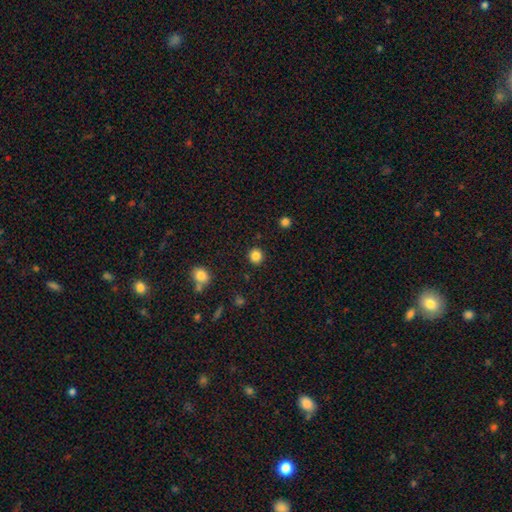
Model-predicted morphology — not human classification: Q: Smooth or featured?
A: smooth (85%); runner-up: star or artifact (11%)
Q: How rounded?
A: round (90%); runner-up: in between (9%)
Q: Merging?
A: none (90%); runner-up: minor disturbance (6%)